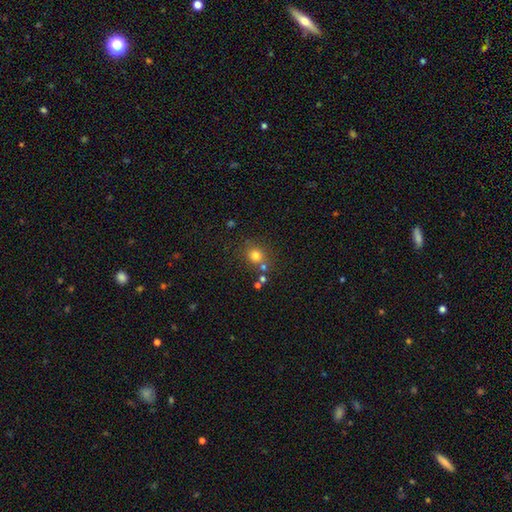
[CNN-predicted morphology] A smooth galaxy with no disk features (77%) that is round (85%).

Vote fractions:
- Smooth or featured? smooth: 77% / star or artifact: 15% / featured or disk: 8%
- How rounded? round: 85% / in between: 14% / cigar-shaped: 1%
- Merging? none: 71% / merger: 15% / minor disturbance: 10% / major disturbance: 4%